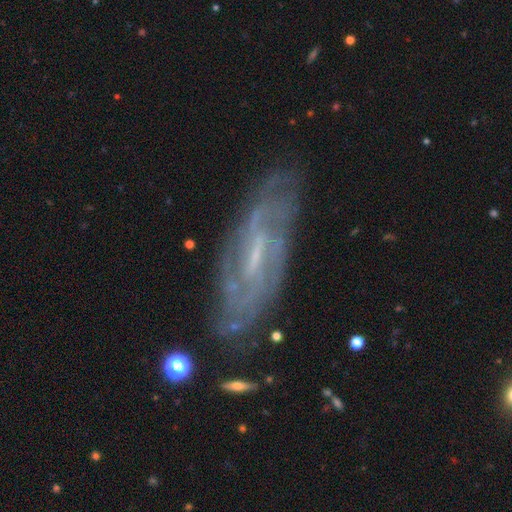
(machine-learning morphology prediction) smooth-or-featured: featured or disk: 81% | smooth: 11% | star or artifact: 8%
  disk-edge-on: no: 84% | yes: 16%
    bar: weak: 51% | strong: 27% | no: 22%
    has-spiral-arms: yes: 90% | no: 10%
      spiral-winding: tight: 53% | medium: 35% | loose: 13%
      spiral-arm-count: can't tell: 47% | 2: 25% | 3: 10% | 4: 8% | more than 4: 5% | 1: 5%
    bulge-size: small: 59% | moderate: 20% | none: 18% | large: 1% | dominant: 1%
  merging: none: 76% | minor disturbance: 16% | major disturbance: 6% | merger: 2%